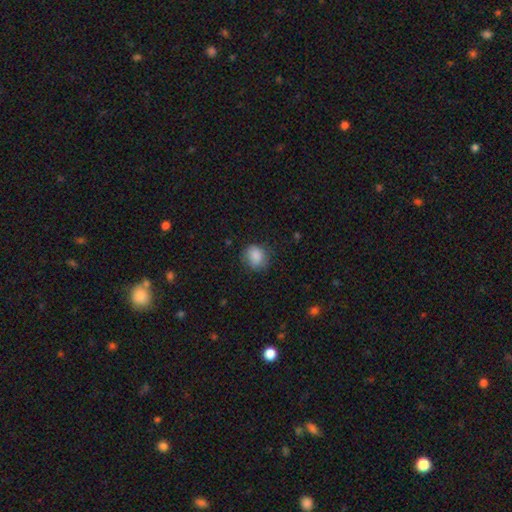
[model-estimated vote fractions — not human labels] Smooth or featured? Predicted: smooth (p=0.87). How rounded? Predicted: round (p=0.64). Merging? Predicted: none (p=0.78).